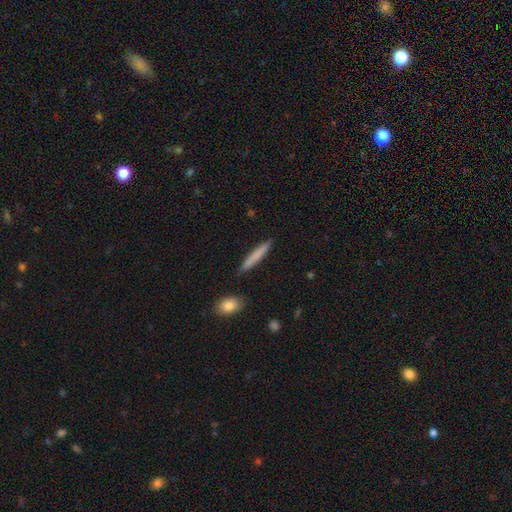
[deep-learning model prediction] Q: Smooth or featured?
A: smooth (74%); runner-up: featured or disk (21%)
Q: How rounded?
A: cigar-shaped (95%); runner-up: in between (4%)
Q: Merging?
A: none (89%); runner-up: minor disturbance (8%)